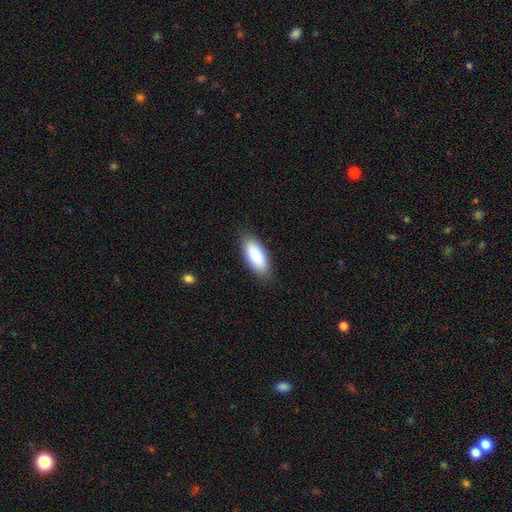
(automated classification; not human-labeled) This is clearly a smooth galaxy (82%). How rounded: clearly in between (83%). Merging: clearly none (87%).